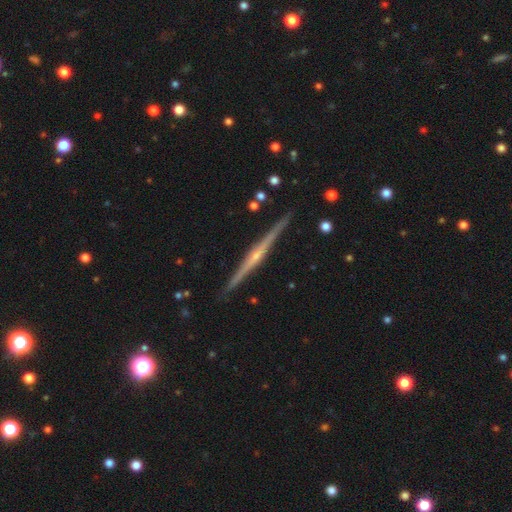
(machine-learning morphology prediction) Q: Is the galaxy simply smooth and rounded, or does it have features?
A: featured or disk — 84%.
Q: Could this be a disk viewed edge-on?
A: yes — 98%.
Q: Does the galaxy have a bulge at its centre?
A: rounded — 72%.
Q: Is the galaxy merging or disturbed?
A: none — 91%.